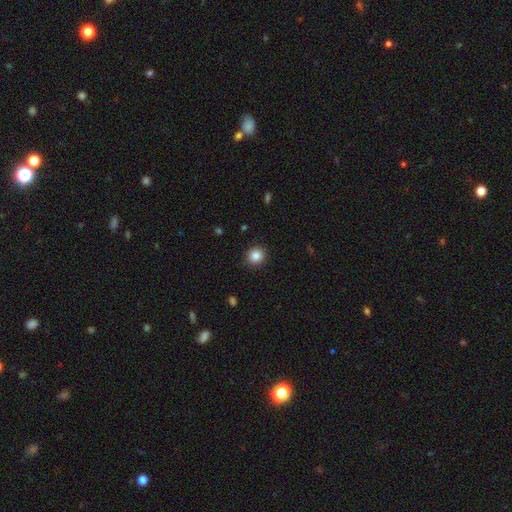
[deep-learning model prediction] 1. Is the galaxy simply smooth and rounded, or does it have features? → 84% smooth, 10% star or artifact, 5% featured or disk.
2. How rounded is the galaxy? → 92% round, 7% in between, 1% cigar-shaped.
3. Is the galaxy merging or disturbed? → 91% none, 6% minor disturbance, 2% major disturbance, 1% merger.